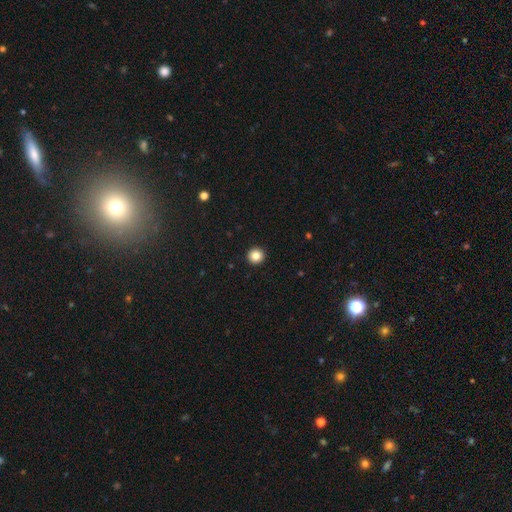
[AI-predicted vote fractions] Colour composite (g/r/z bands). It shows a smooth galaxy with no disk features (85%) that is round (95%). Merging: none (94%).